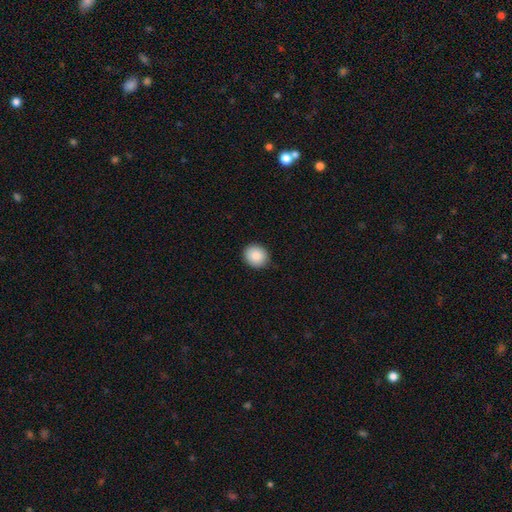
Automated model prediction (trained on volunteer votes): This is clearly a smooth galaxy (88%). How rounded: clearly round (81%). Merging: clearly none (90%).